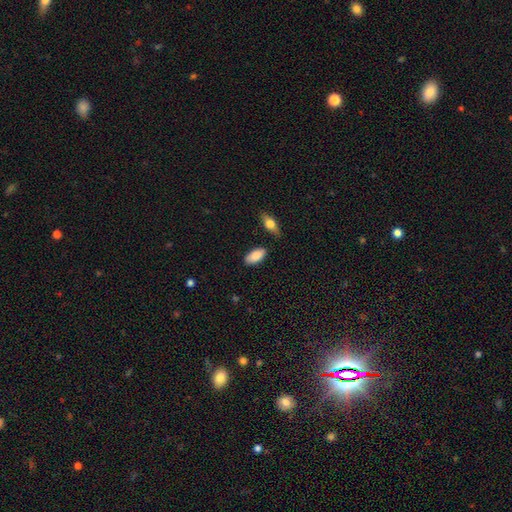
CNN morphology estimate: smooth 86%, featured or disk 8%, star or artifact 6%. Down the decision tree: how rounded — in between (90%); merging — none (83%).